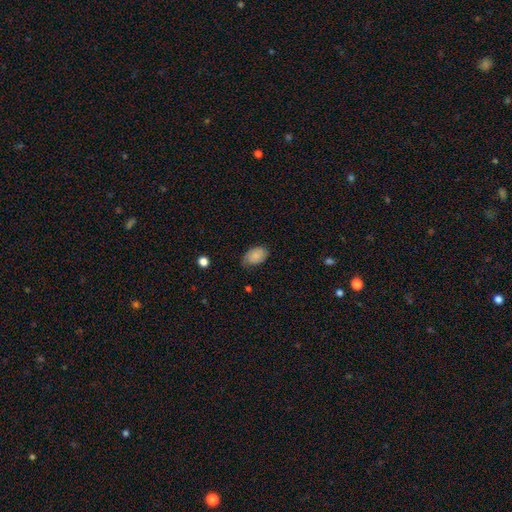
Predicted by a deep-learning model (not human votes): The model was most divided on "merging": none: 62%, minor disturbance: 30%, major disturbance: 7%, merger: 1%. More confident: how rounded — in between (88%); smooth or featured — smooth (76%).